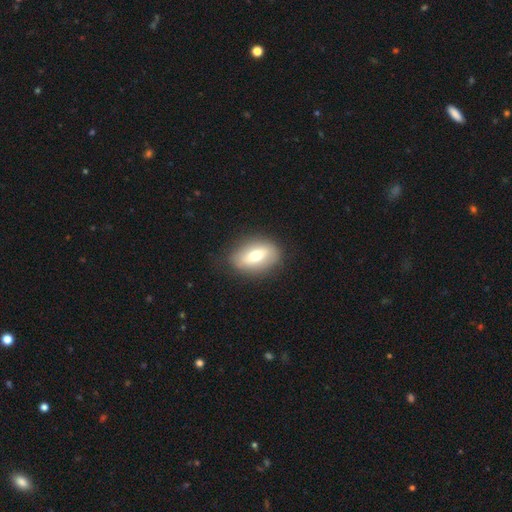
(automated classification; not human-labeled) Smooth or featured? smooth (63%)
How rounded? in between (83%)
Merging? none (82%)